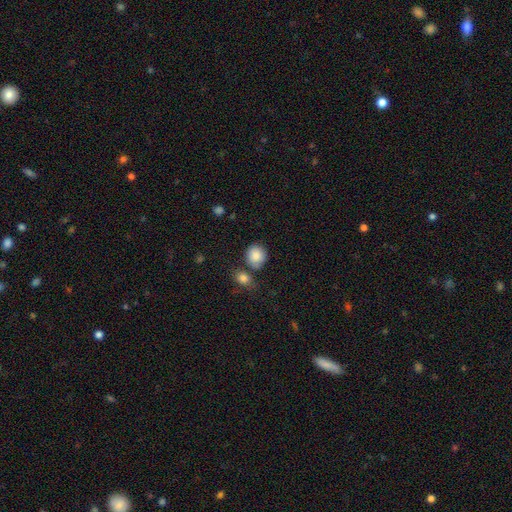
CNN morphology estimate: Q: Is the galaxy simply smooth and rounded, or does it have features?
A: smooth — 86%.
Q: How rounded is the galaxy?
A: round — 78%.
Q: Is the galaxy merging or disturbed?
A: none — 69%.